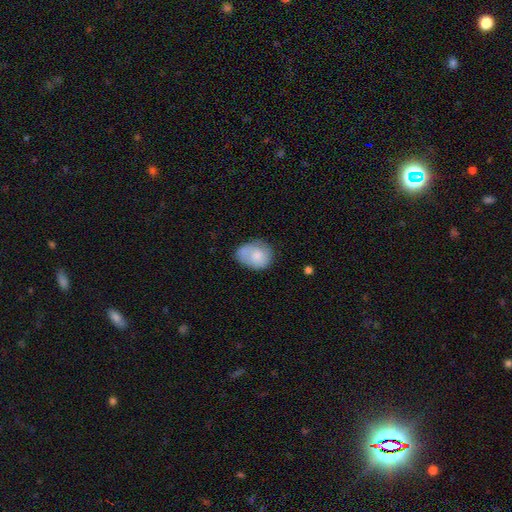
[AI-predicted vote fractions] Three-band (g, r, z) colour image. It shows a smooth galaxy with no disk features (74%) that is in between round and cigar-shaped (58%). Merging: none (47%).